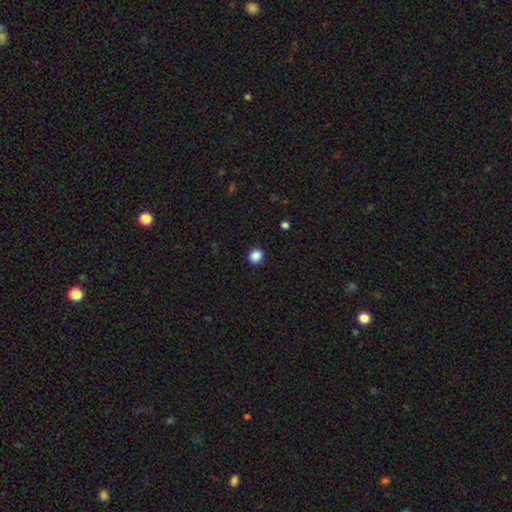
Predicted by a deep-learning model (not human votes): Smooth or featured? smooth (87%)
How rounded? round (80%)
Merging? none (90%)